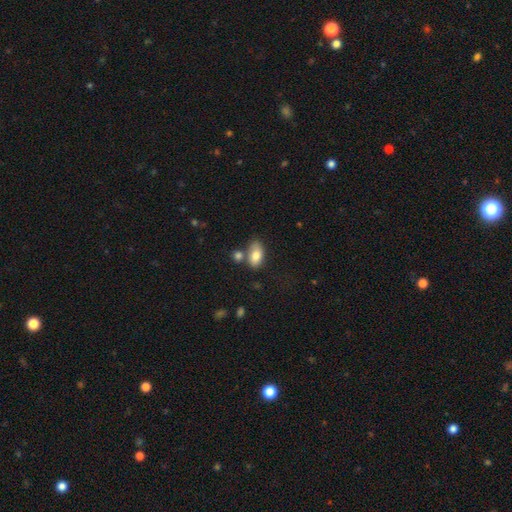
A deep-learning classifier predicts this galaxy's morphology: Smooth or featured: smooth — 81% (featured or disk — 12%)
How rounded: in between — 91% (round — 6%)
Merging: none — 56% (merger — 20%)